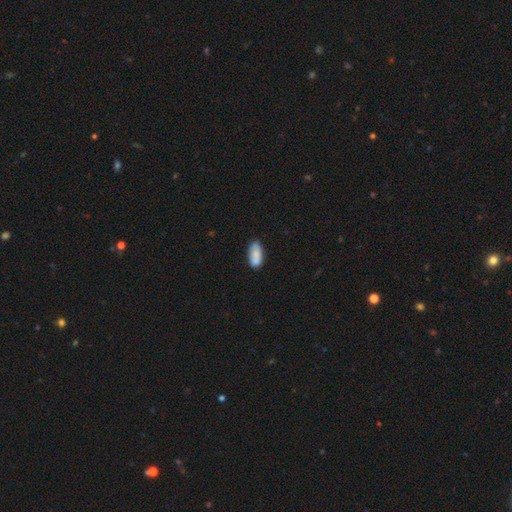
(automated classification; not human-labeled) smooth 83%, featured or disk 10%, star or artifact 7%. Down the decision tree: how rounded — in between (87%); merging — none (76%).